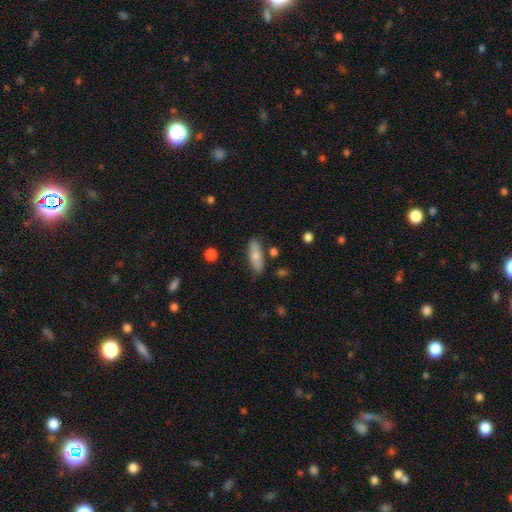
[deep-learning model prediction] Smooth or featured? smooth (71%)
How rounded? in between (65%)
Merging? none (77%)